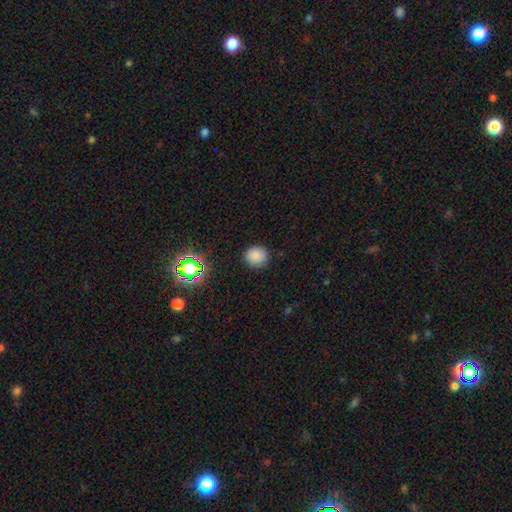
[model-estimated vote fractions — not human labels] This appears to be a smooth galaxy with no disk features (82%) that is round (87%). Merging: none (88%).